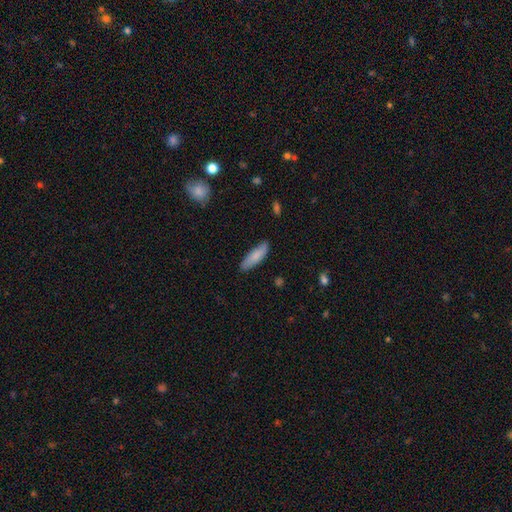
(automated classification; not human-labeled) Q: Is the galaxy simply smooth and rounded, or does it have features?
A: smooth — 83%.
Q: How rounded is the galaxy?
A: cigar-shaped — 59%.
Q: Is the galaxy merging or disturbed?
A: none — 83%.